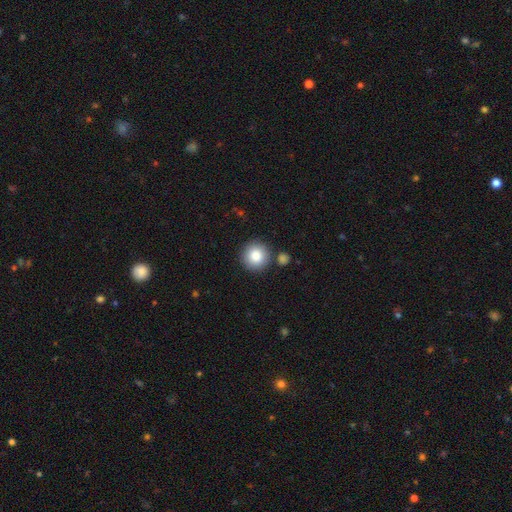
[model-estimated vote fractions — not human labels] Smooth or featured: smooth — 85% (star or artifact — 8%)
How rounded: round — 94% (in between — 5%)
Merging: none — 82% (minor disturbance — 8%)